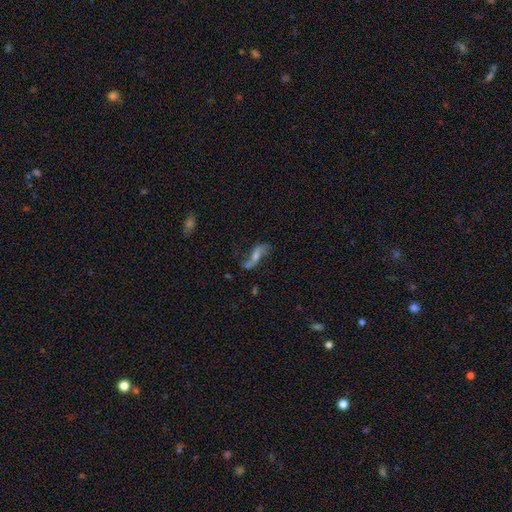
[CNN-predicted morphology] A featured or disk galaxy (74%) with no bar (42%), 2 (89%) loose (86%) spiral arms (90%) and a small central bulge (43%). Merging: none (62%).